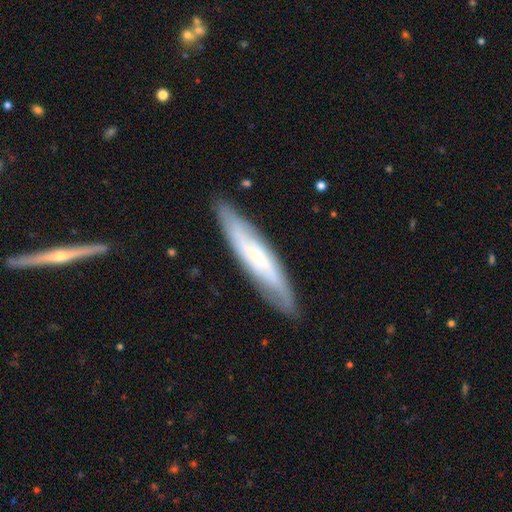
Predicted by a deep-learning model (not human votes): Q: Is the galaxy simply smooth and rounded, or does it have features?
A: featured or disk — 63%.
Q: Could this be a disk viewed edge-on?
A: no — 50%, tied with yes.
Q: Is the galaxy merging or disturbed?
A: none — 85%.